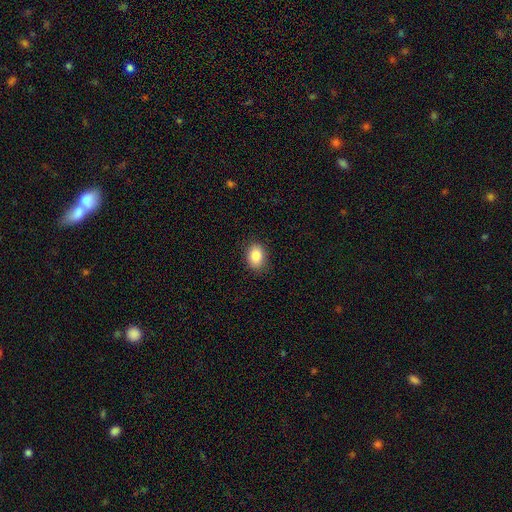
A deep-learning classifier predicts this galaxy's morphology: smooth_or_featured: smooth (p=0.85) [alt: star or artifact p=0.09]
how_rounded: in between (p=0.72) [alt: round p=0.27]
merging: none (p=0.87) [alt: minor disturbance p=0.10]